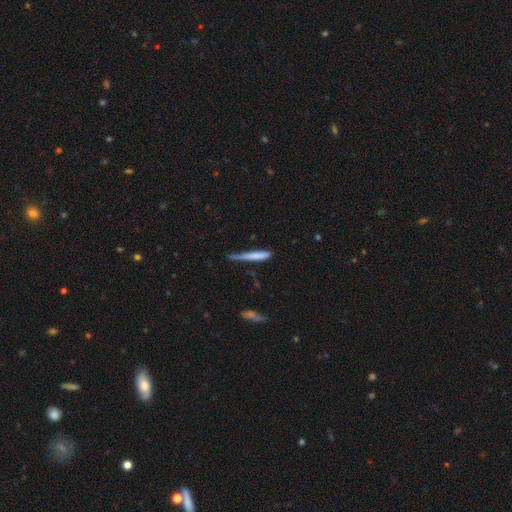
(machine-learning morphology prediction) This appears to be a smooth galaxy with no disk features (71%) that is cigar-shaped (95%). Merging: none (56%).